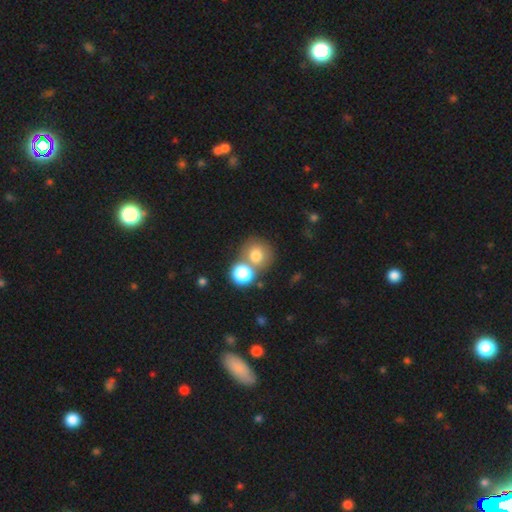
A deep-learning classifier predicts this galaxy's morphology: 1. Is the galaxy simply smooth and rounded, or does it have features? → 75% smooth, 13% featured or disk, 13% star or artifact.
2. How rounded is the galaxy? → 84% round, 15% in between, 1% cigar-shaped.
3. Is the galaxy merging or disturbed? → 49% none, 38% merger, 9% minor disturbance, 4% major disturbance.